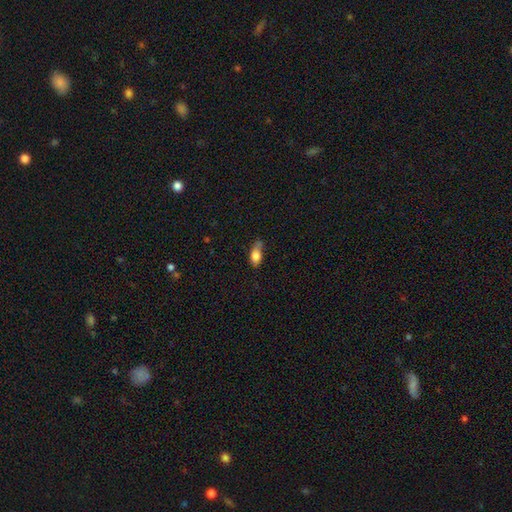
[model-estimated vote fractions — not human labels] The model was most divided on "merging": none: 44%, minor disturbance: 37%, major disturbance: 12%, merger: 8%. More confident: how rounded — in between (83%); smooth or featured — smooth (78%).